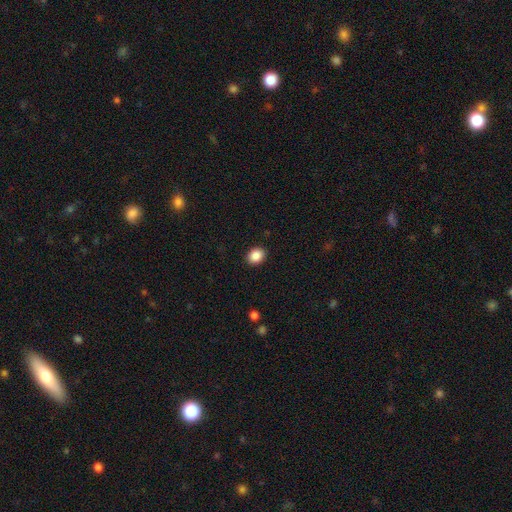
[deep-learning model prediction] A smooth galaxy with no disk features (88%) that is round (50%). Merging: none (91%).